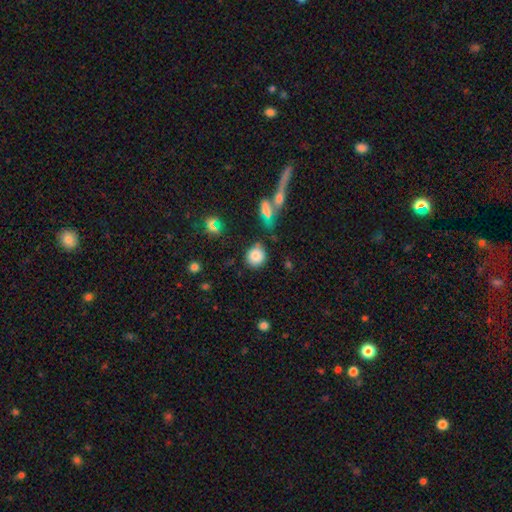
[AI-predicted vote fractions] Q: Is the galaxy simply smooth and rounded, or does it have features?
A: smooth — 82%.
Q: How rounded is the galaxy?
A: round — 81%.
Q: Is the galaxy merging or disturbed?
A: none — 74%.